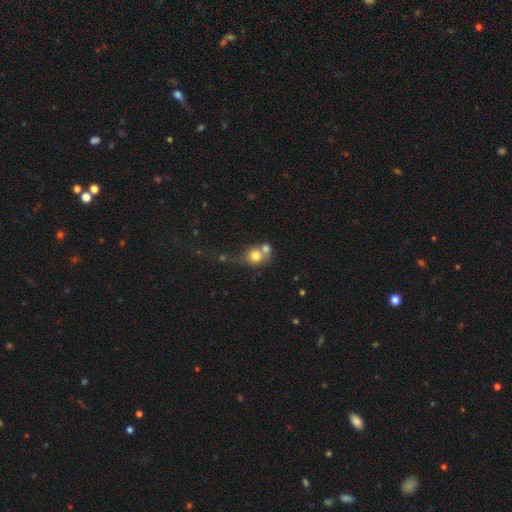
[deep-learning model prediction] smooth 75%, featured or disk 14%, star or artifact 11%. Down the decision tree: how rounded — round (76%); merging — merger (52%).